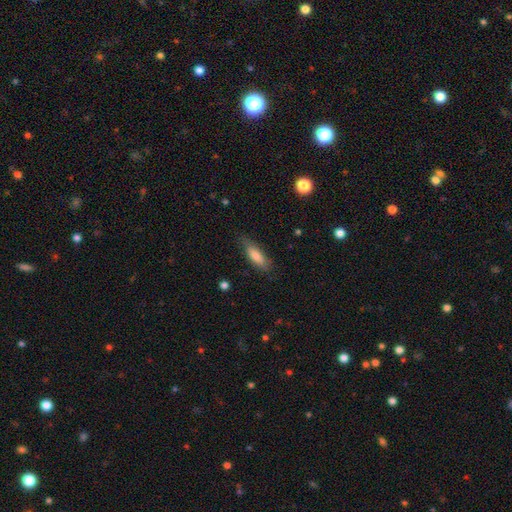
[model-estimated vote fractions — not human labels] Smooth or featured?
  - smooth: 79% *
  - featured or disk: 15%
  - star or artifact: 6%
How rounded?
  - in between: 54% *
  - cigar-shaped: 45%
  - round: 2%
Merging?
  - none: 75% *
  - minor disturbance: 20%
  - major disturbance: 4%
  - merger: 1%